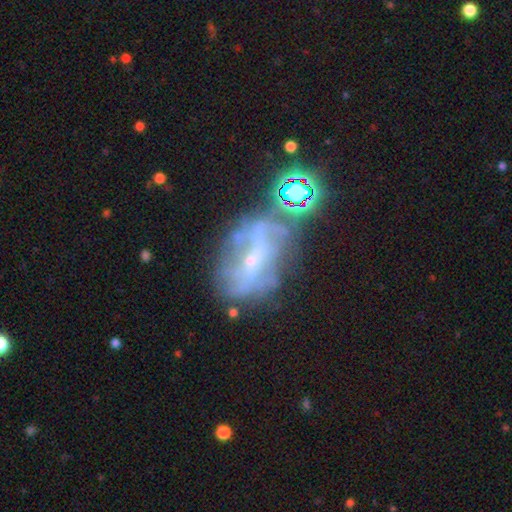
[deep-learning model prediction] Q: Smooth or featured?
A: featured or disk (61%); runner-up: star or artifact (22%)
Q: Edge-on disk?
A: no (91%); runner-up: yes (9%)
Q: Bar?
A: weak (36%); tied with: no (36%)
Q: Spiral arms?
A: no (50%); tied with: yes (50%)
Q: Bulge size?
A: small (70%); runner-up: moderate (15%)
Q: Merging?
A: none (43%); runner-up: major disturbance (23%)